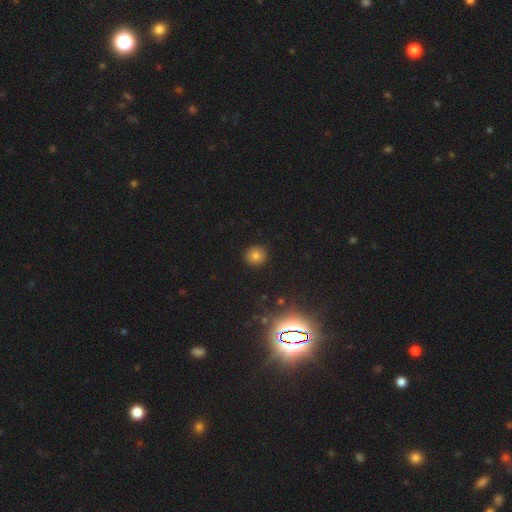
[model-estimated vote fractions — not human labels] Smooth or featured?
  - smooth: 76% *
  - star or artifact: 16%
  - featured or disk: 8%
How rounded?
  - round: 90% *
  - in between: 9%
  - cigar-shaped: 1%
Merging?
  - none: 90% *
  - minor disturbance: 7%
  - major disturbance: 2%
  - merger: 1%